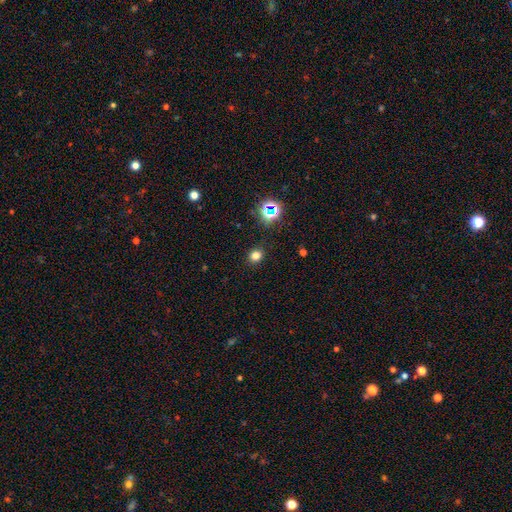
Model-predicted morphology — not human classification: A smooth galaxy with no disk features (75%) that is round (74%). Merging: none (89%).